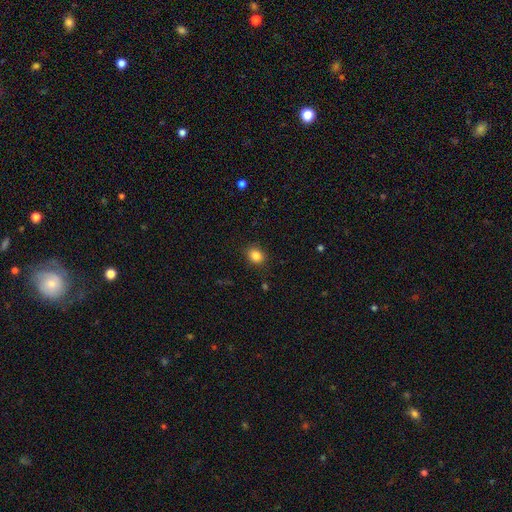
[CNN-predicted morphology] Smooth or featured: smooth — 84% (star or artifact — 11%)
How rounded: round — 60% (in between — 40%)
Merging: none — 87% (minor disturbance — 9%)